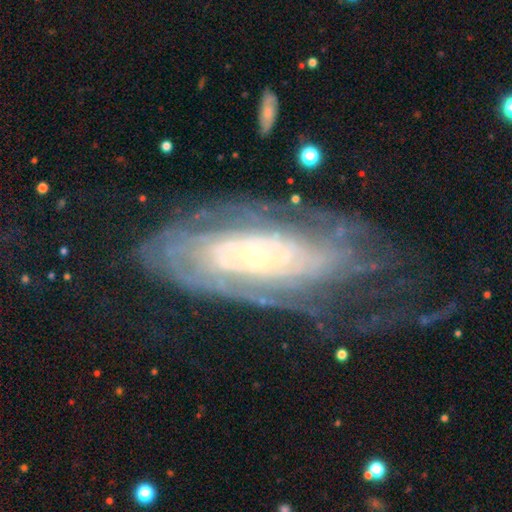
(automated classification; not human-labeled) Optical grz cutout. It shows a featured or disk galaxy (83%) with no bar (68%), tight (74%) spiral arms (91%) and a small central bulge (80%). Merging: none (60%).